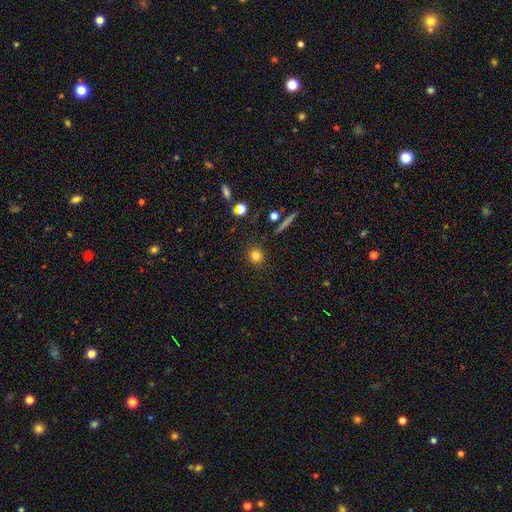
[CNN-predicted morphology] This is clearly a smooth galaxy (81%). How rounded: clearly round (92%). Merging: clearly none (90%).